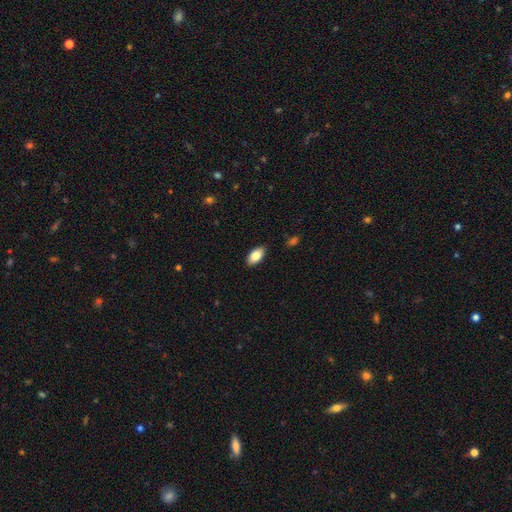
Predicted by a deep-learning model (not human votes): Smooth or featured: smooth — 83% (featured or disk — 10%)
How rounded: in between — 93% (cigar-shaped — 4%)
Merging: none — 88% (minor disturbance — 9%)